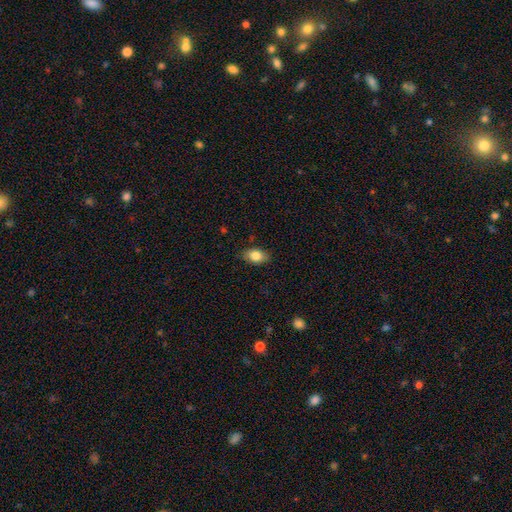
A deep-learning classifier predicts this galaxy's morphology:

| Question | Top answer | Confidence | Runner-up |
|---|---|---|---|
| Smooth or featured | smooth | 83% | featured or disk (10%) |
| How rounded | in between | 86% | round (12%) |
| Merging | none | 83% | minor disturbance (13%) |